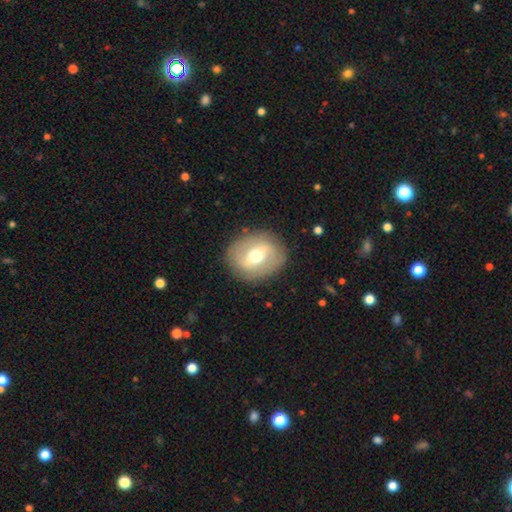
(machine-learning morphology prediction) featured or disk 54%, smooth 38%, star or artifact 7%. Down the decision tree: edge-on disk — no (91%); merging — none (85%).